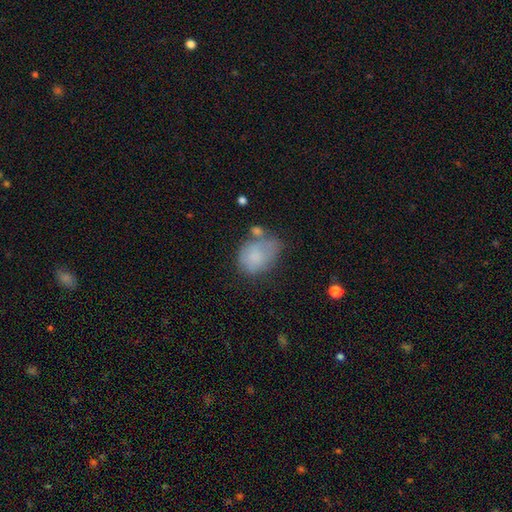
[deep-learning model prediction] Overall: smooth (72%). How rounded: in between (65%; round 34%). Merging: none (33%; minor disturbance 32%).